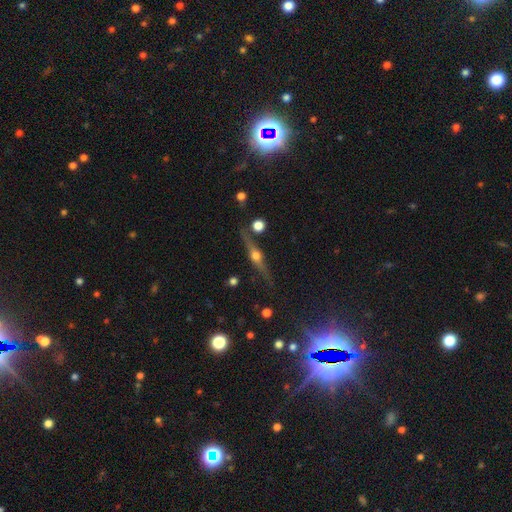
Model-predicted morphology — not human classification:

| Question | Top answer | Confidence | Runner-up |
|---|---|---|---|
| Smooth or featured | featured or disk | 80% | smooth (13%) |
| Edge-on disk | yes | 97% | no (3%) |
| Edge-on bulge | rounded | 95% | boxy (3%) |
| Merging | none | 84% | minor disturbance (10%) |